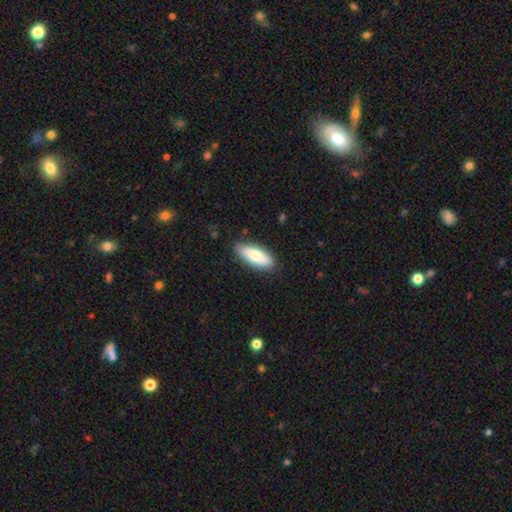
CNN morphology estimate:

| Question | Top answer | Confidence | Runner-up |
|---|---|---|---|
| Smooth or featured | smooth | 77% | featured or disk (17%) |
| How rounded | in between | 67% | cigar-shaped (31%) |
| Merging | none | 85% | minor disturbance (12%) |